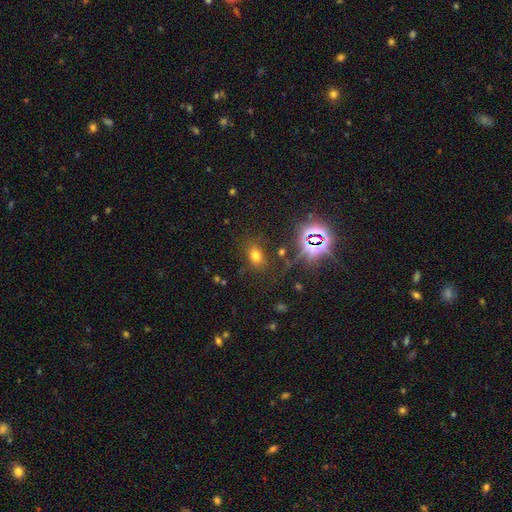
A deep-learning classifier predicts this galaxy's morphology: Smooth or featured? Predicted: smooth (p=0.62). How rounded? Predicted: in between (p=0.71). Merging? Predicted: none (p=0.77).